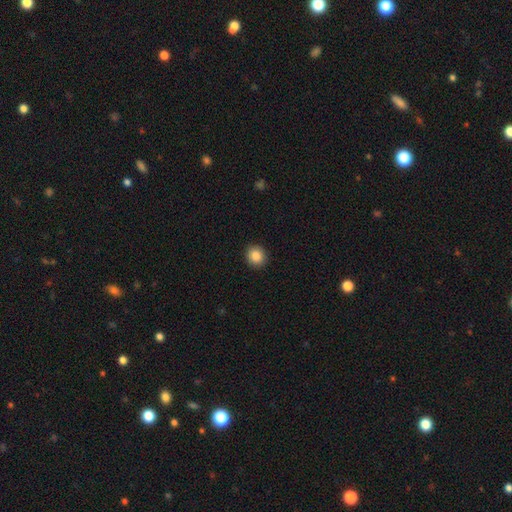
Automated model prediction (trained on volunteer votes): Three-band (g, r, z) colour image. It shows a smooth galaxy with no disk features (87%) that is round (85%). Merging: none (92%).